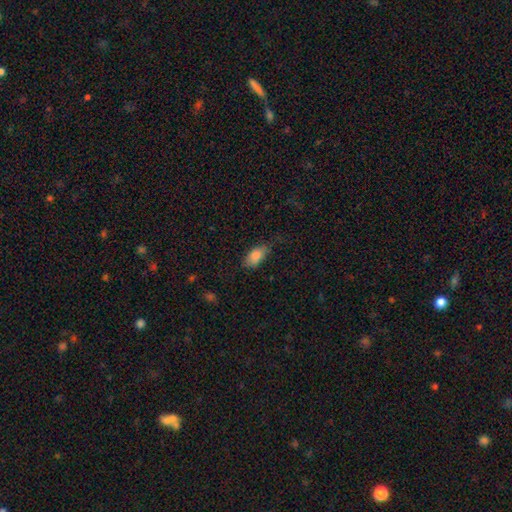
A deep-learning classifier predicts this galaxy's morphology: The model was most divided on "merging": none: 60%, minor disturbance: 29%, major disturbance: 9%, merger: 2%. More confident: how rounded — in between (91%); smooth or featured — smooth (84%).